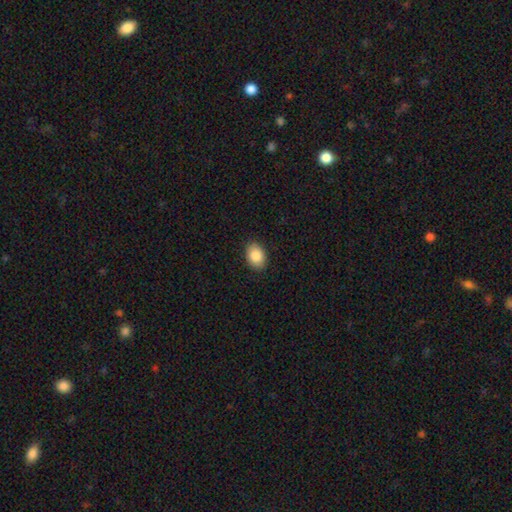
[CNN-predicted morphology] The model was most divided on "how rounded": in between: 83%, round: 16%, cigar-shaped: 1%. More confident: merging — none (89%); smooth or featured — smooth (87%).